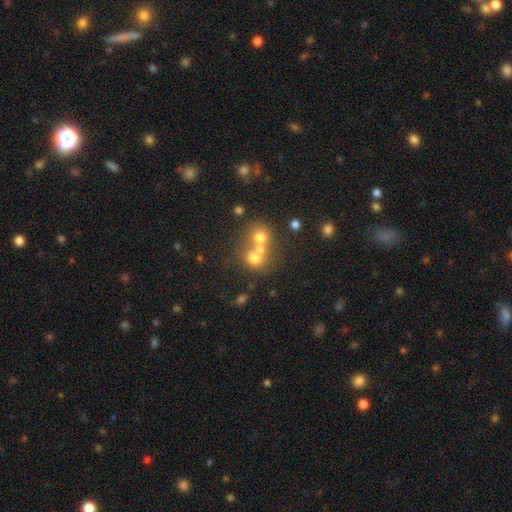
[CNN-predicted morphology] smooth_or_featured: smooth (p=0.65) [alt: featured or disk p=0.19]
how_rounded: round (p=0.75) [alt: in between p=0.24]
merging: merger (p=0.57) [alt: none p=0.32]